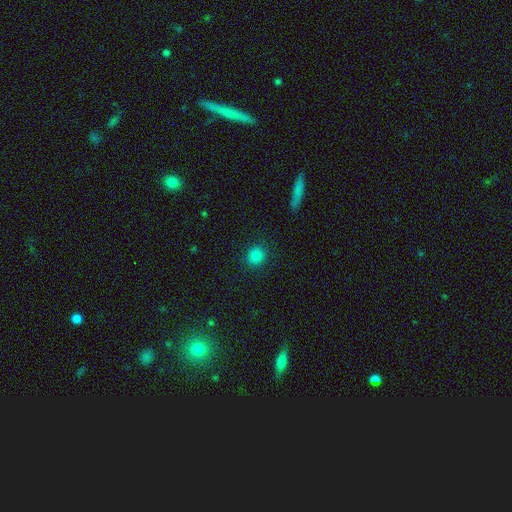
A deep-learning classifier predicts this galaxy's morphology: smooth-or-featured: smooth: 85% | star or artifact: 12% | featured or disk: 3%
  how-rounded: round: 84% | in between: 15% | cigar-shaped: 1%
  merging: none: 89% | minor disturbance: 7% | major disturbance: 3% | merger: 1%